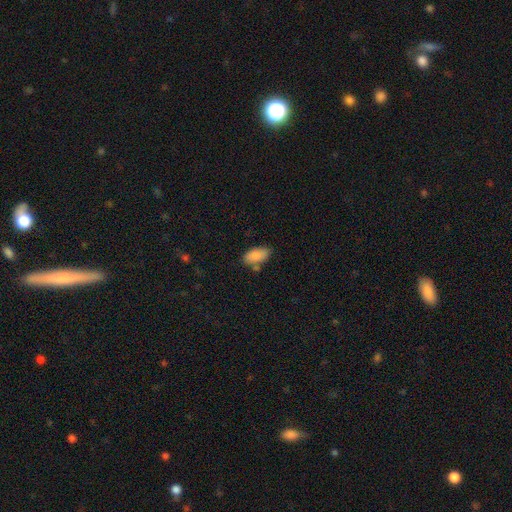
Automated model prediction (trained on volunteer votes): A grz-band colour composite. It shows a smooth galaxy with no disk features (88%) that is in between round and cigar-shaped (94%). Merging: none (69%).